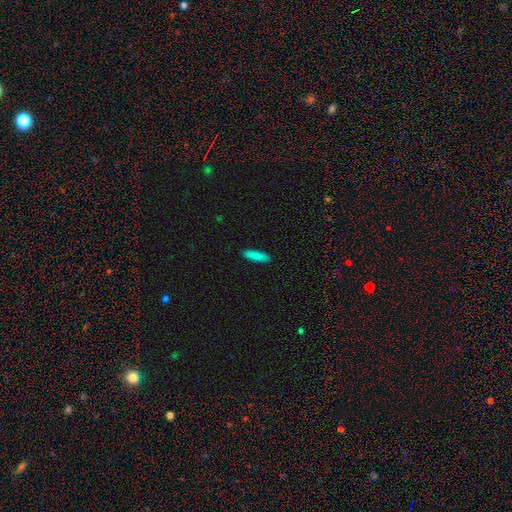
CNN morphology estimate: smooth_or_featured: smooth (p=0.88) [alt: star or artifact p=0.07]
how_rounded: cigar-shaped (p=0.76) [alt: in between p=0.22]
merging: none (p=0.91) [alt: minor disturbance p=0.07]